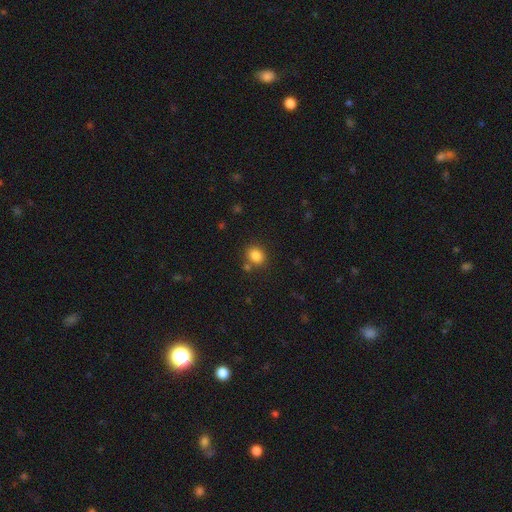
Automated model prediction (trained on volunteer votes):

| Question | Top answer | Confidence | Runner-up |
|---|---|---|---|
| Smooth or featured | smooth | 84% | star or artifact (11%) |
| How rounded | round | 60% | in between (39%) |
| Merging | none | 77% | minor disturbance (11%) |